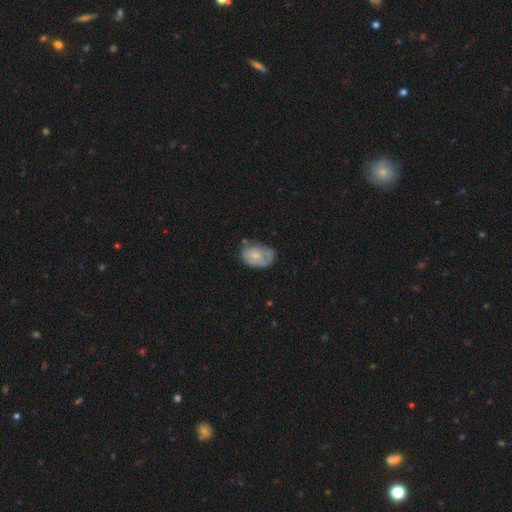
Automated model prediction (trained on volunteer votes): Overall: smooth (58%; featured or disk 35%). How rounded: in between (72%). Merging: none (43%; minor disturbance 36%).